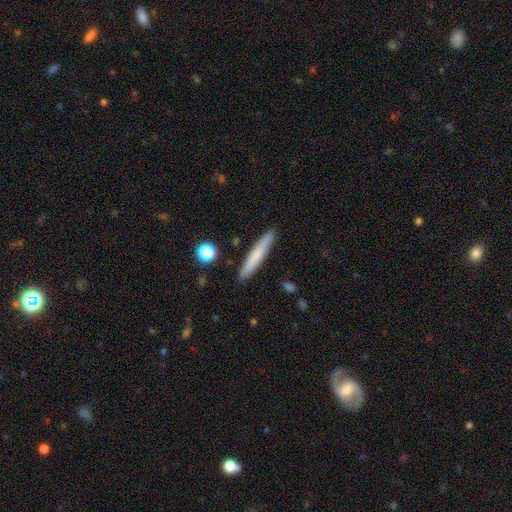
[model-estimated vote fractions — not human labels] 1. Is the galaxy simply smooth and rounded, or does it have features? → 71% smooth, 23% featured or disk, 6% star or artifact.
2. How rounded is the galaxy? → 94% cigar-shaped, 5% in between, 1% round.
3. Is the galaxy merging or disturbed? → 90% none, 7% minor disturbance, 2% merger, 2% major disturbance.